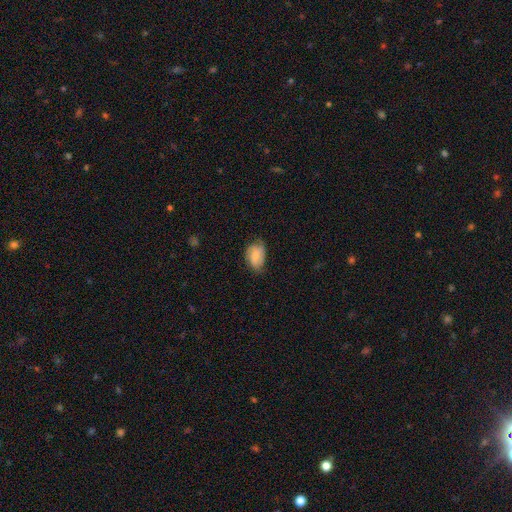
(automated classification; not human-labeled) Overall: smooth (66%; featured or disk 27%). How rounded: in between (84%). Merging: none (60%; minor disturbance 31%).